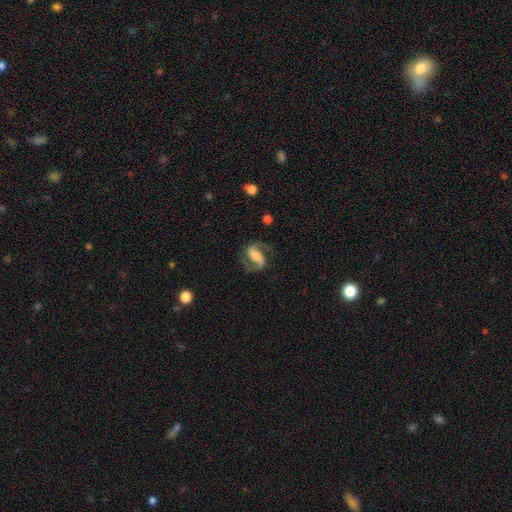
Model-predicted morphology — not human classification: smooth_or_featured: featured or disk (p=0.86) [alt: smooth p=0.09]
disk_edge_on: no (p=0.97) [alt: yes p=0.03]
bar: strong (p=0.45) [alt: weak p=0.34]
has_spiral_arms: yes (p=0.97) [alt: no p=0.03]
spiral_winding: medium (p=0.55) [alt: loose p=0.30]
spiral_arm_count: 2 (p=0.93) [alt: 1 p=0.02]
bulge_size: moderate (p=0.38) [alt: small p=0.32]
merging: none (p=0.76) [alt: minor disturbance p=0.14]